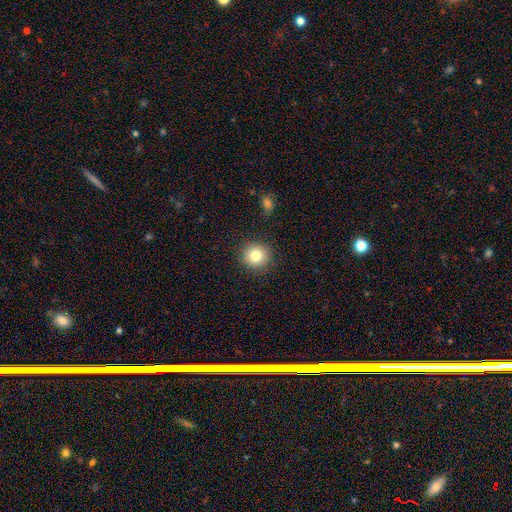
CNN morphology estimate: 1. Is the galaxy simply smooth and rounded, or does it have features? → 82% smooth, 10% star or artifact, 8% featured or disk.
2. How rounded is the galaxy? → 92% round, 7% in between, 1% cigar-shaped.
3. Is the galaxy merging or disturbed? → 90% none, 7% minor disturbance, 2% major disturbance, 1% merger.